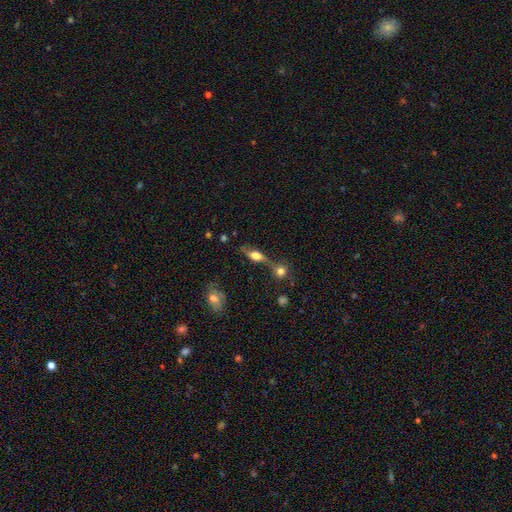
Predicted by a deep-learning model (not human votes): smooth_or_featured: smooth (p=0.47) [alt: featured or disk p=0.42]
merging: none (p=0.51) [alt: merger p=0.21]